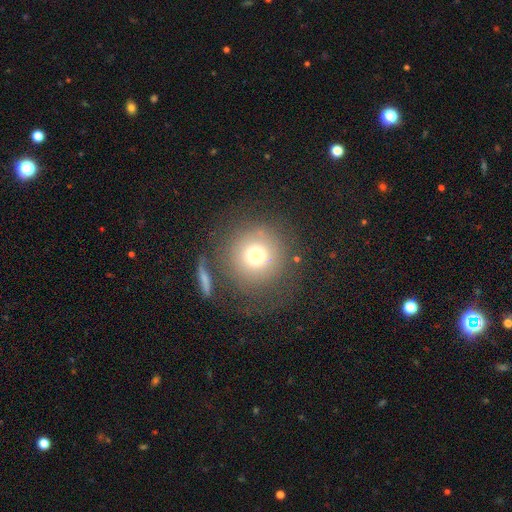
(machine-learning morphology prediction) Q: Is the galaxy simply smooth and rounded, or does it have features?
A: smooth — 71%.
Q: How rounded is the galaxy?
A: round — 94%.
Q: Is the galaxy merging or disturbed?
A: none — 76%.